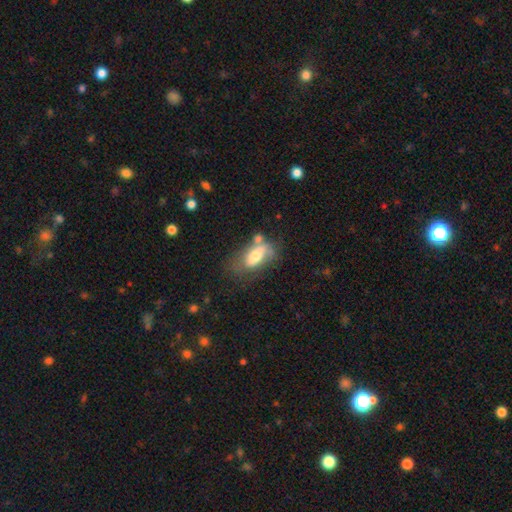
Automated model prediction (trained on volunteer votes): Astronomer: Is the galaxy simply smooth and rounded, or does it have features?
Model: smooth — 58% (runner-up: featured or disk, 34%).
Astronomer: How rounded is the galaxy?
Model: in between — 85%.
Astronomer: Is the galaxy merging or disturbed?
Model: none — 35% (runner-up: minor disturbance, 24%).